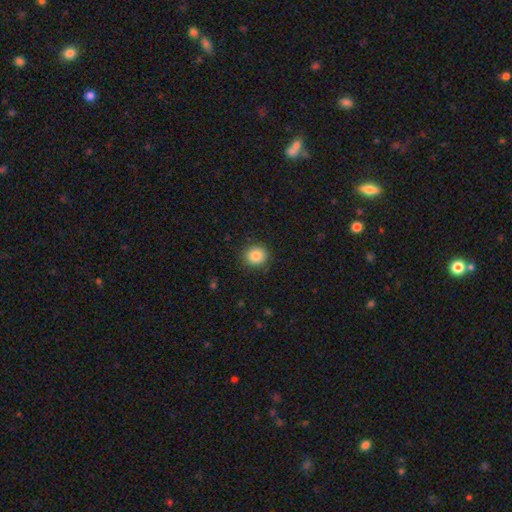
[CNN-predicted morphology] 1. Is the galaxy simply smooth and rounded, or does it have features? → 85% smooth, 9% star or artifact, 5% featured or disk.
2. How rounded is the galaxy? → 89% round, 10% in between, 1% cigar-shaped.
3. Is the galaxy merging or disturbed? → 88% none, 8% minor disturbance, 3% major disturbance, 1% merger.